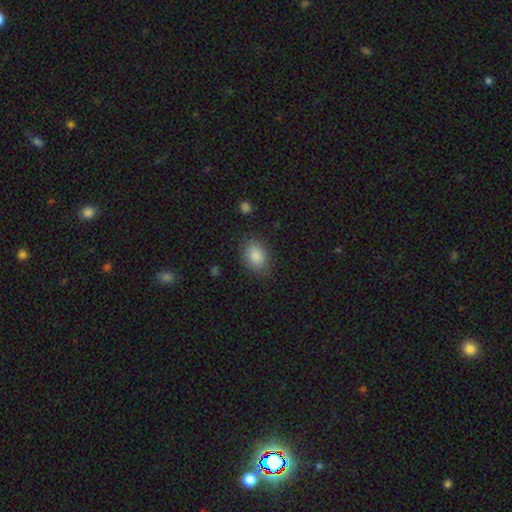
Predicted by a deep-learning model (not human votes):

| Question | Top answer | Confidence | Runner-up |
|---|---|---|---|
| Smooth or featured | smooth | 86% | star or artifact (8%) |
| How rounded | in between | 75% | round (24%) |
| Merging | none | 85% | minor disturbance (11%) |